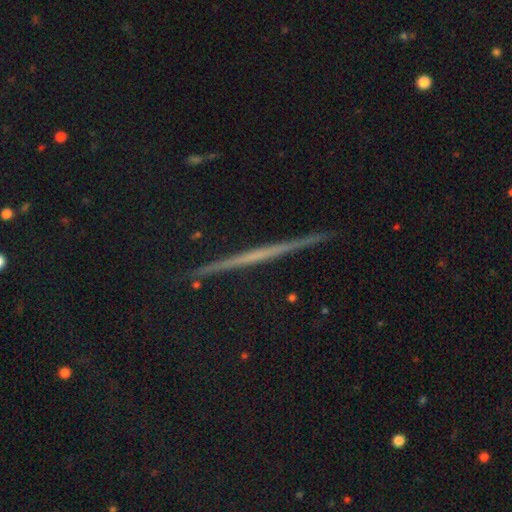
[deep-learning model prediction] The model was most divided on "smooth or featured": featured or disk: 66%, smooth: 24%, star or artifact: 10%. More confident: edge-on disk — yes (98%); merging — none (92%); edge-on bulge — none (87%).